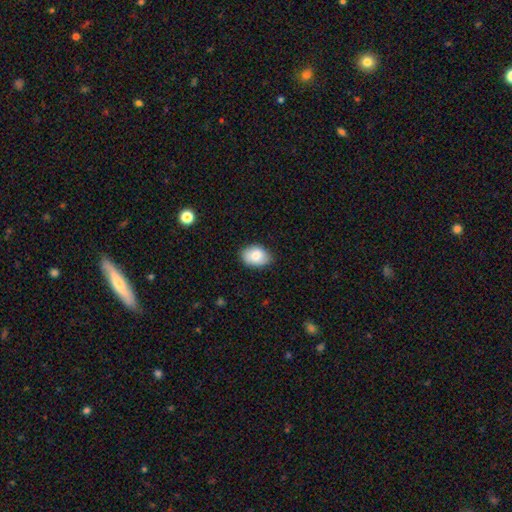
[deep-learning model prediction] Smooth or featured: smooth — 82% (featured or disk — 11%)
How rounded: in between — 78% (round — 21%)
Merging: none — 79% (minor disturbance — 18%)